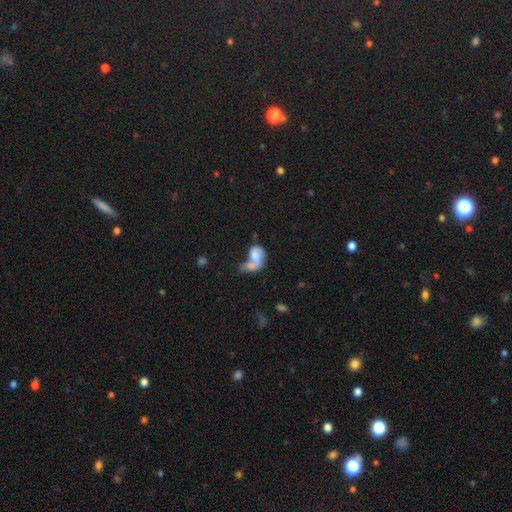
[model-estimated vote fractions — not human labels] Smooth or featured: smooth — 59% (featured or disk — 31%)
How rounded: in between — 82% (round — 16%)
Merging: merger — 56% (major disturbance — 18%)